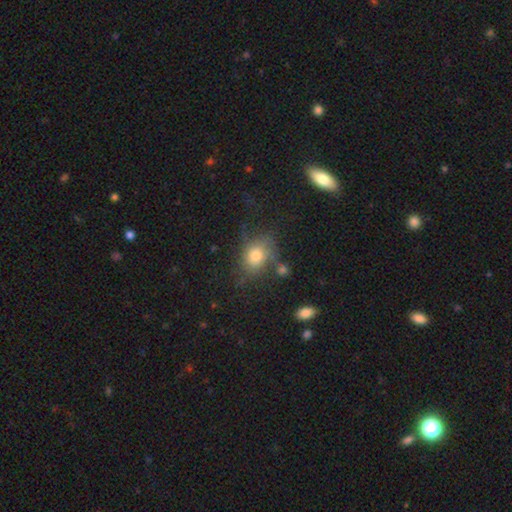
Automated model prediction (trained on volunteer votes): This appears to be a smooth galaxy with no disk features (71%) that is in between round and cigar-shaped (62%). Merging: none (55%).